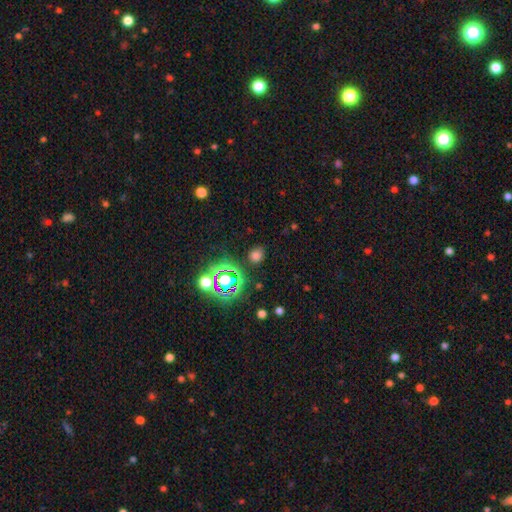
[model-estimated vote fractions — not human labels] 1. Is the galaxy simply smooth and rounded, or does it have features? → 64% smooth, 30% star or artifact, 6% featured or disk.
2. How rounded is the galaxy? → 67% round, 32% in between, 1% cigar-shaped.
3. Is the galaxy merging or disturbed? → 83% none, 10% minor disturbance, 4% major disturbance, 3% merger.